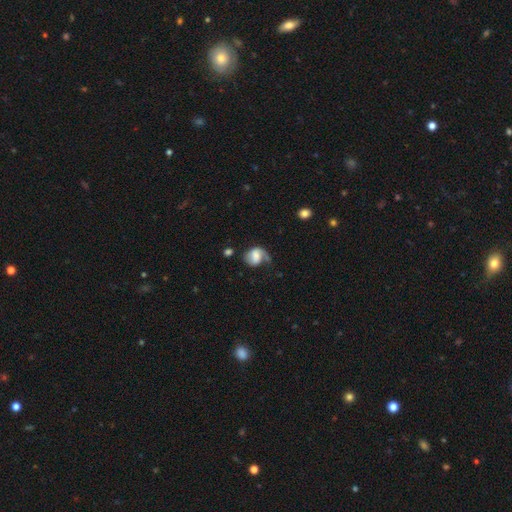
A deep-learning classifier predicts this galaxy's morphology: Smooth or featured?
  - featured or disk: 52% *
  - smooth: 40%
  - star or artifact: 8%
Edge-on disk?
  - no: 97% *
  - yes: 3%
Bar?
  - no: 42% * (tied)
  - weak: 42% * (tied)
  - strong: 17%
Spiral arms?
  - yes: 86% *
  - no: 14%
Bulge size?
  - moderate: 25% *
  - small: 24%
  - none: 24%
  - large: 20%
  - dominant: 6%
Merging?
  - none: 40% *
  - major disturbance: 28%
  - minor disturbance: 27%
  - merger: 4%